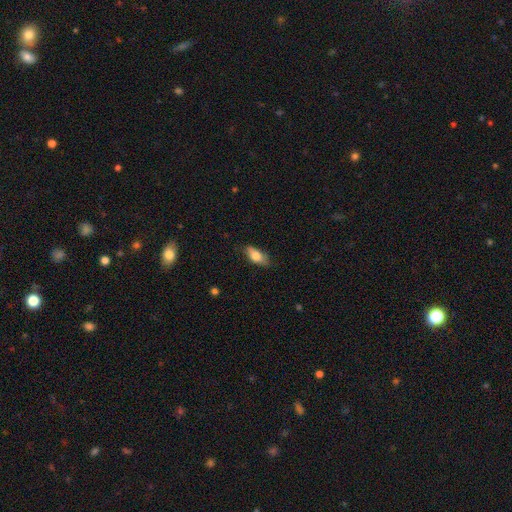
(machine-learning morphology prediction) smooth 73%, featured or disk 20%, star or artifact 7%. Down the decision tree: how rounded — in between (82%); merging — none (72%).